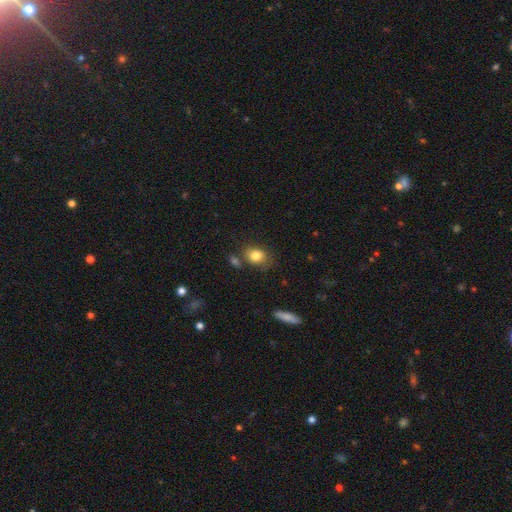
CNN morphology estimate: type=smooth (83%); roundness=in between (55%); merging=none (66%).